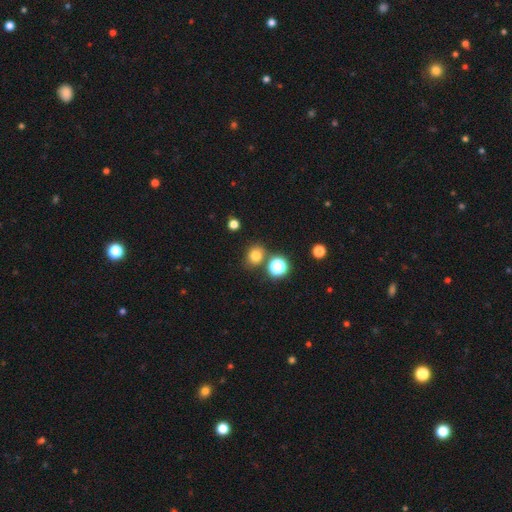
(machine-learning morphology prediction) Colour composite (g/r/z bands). It shows a smooth galaxy with no disk features (77%) that is round (70%). Merging: none (77%).